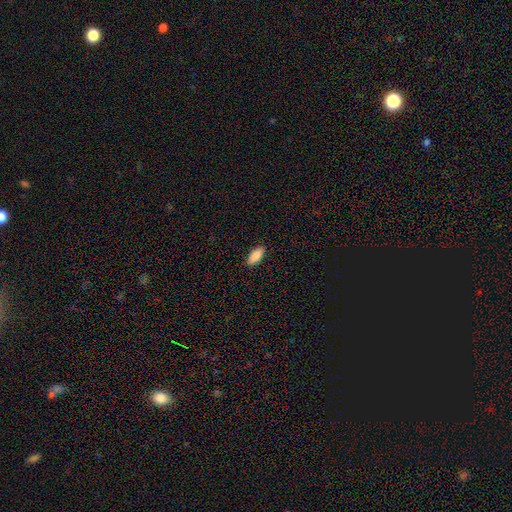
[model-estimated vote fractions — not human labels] Q: Smooth or featured?
A: smooth (88%); runner-up: star or artifact (6%)
Q: How rounded?
A: in between (84%); runner-up: cigar-shaped (14%)
Q: Merging?
A: none (89%); runner-up: minor disturbance (8%)